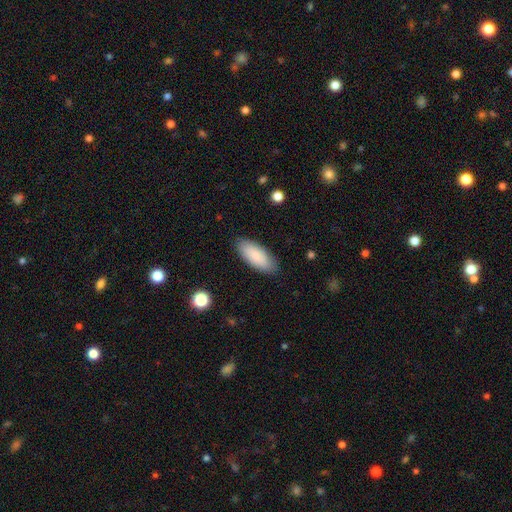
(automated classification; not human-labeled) Smooth or featured?
  - smooth: 88% *
  - featured or disk: 6%
  - star or artifact: 6%
How rounded?
  - in between: 83% *
  - cigar-shaped: 15%
  - round: 2%
Merging?
  - none: 87% *
  - minor disturbance: 10%
  - major disturbance: 2%
  - merger: 1%